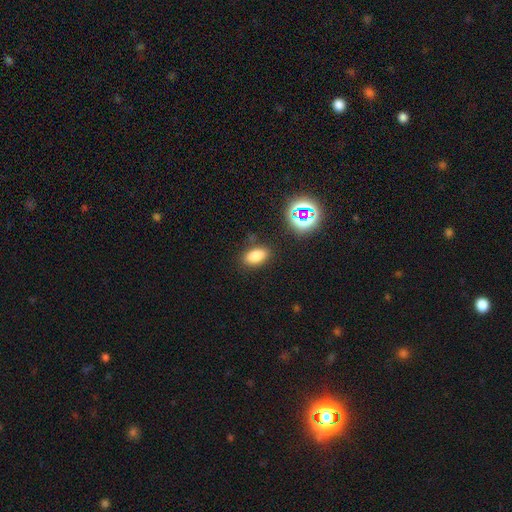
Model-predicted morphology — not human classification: Smooth or featured?
  - smooth: 77% *
  - star or artifact: 16%
  - featured or disk: 7%
How rounded?
  - in between: 89% *
  - round: 7%
  - cigar-shaped: 4%
Merging?
  - none: 83% *
  - minor disturbance: 11%
  - major disturbance: 3%
  - merger: 3%